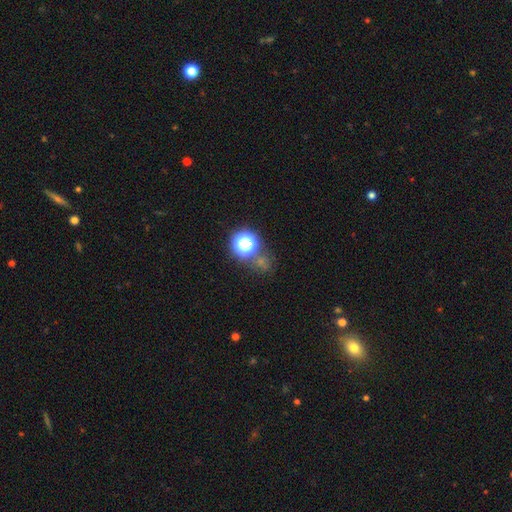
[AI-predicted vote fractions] Smooth or featured: star or artifact — 49% (smooth — 38%)